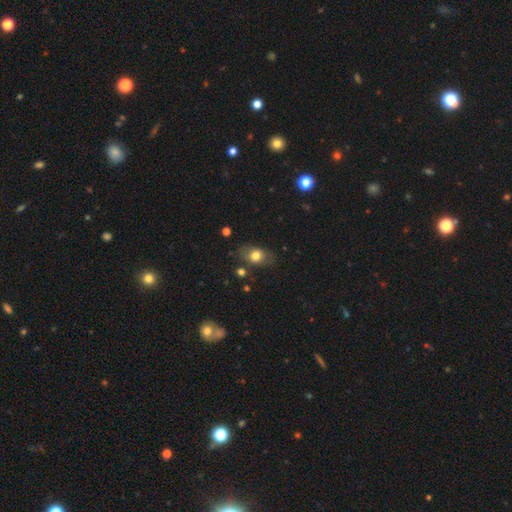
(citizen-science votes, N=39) Overall: smooth (49%, tied with featured or disk). How rounded: in between (84%). Merging: none (58%; minor disturbance 21%).